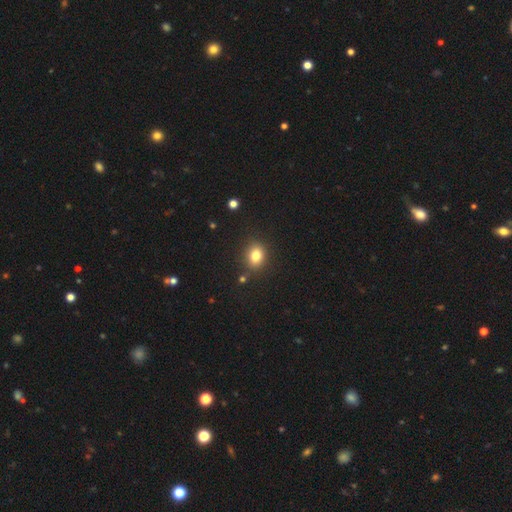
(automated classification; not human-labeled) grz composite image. It shows a smooth galaxy with no disk features (81%) that is round (50%). Merging: none (82%).